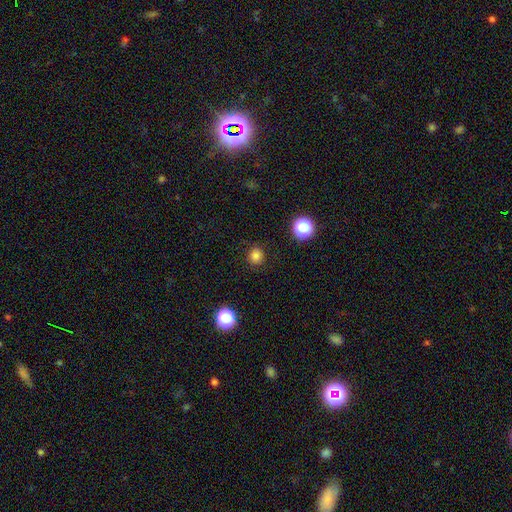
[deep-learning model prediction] This appears to be a smooth galaxy with no disk features (80%) that is round (88%). Merging: none (88%).